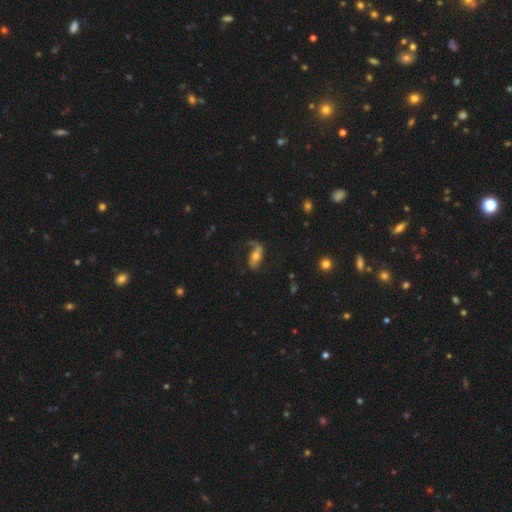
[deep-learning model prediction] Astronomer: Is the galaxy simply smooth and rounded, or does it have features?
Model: featured or disk — 71%.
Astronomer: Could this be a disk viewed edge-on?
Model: no — 88%.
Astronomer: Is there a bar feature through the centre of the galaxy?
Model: no — 39% (runner-up: strong, 32%).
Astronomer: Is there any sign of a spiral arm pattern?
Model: yes — 88%.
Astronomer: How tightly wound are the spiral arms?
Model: loose — 71%.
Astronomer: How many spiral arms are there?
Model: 2 — 78%.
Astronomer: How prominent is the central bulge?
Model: moderate — 59%.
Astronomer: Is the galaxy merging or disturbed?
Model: none — 57%.